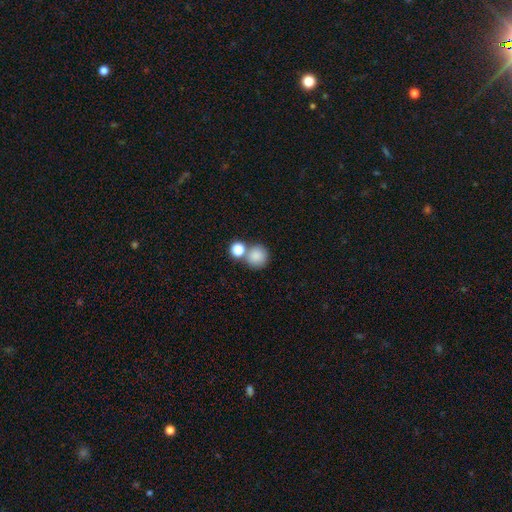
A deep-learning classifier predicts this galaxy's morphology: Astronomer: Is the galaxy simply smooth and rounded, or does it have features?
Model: smooth — 84%.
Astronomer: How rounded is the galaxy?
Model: round — 90%.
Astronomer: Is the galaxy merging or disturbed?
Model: none — 57%.